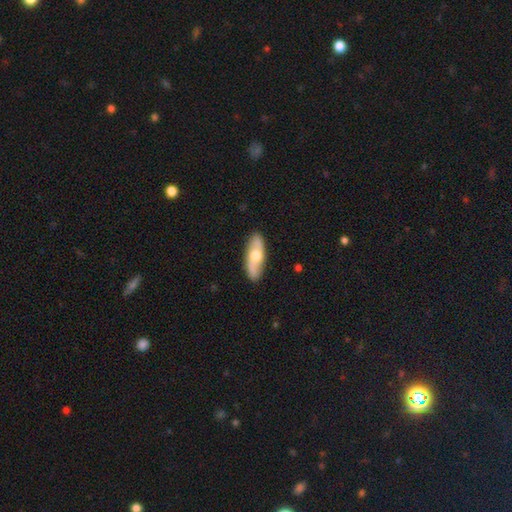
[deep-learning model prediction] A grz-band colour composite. It shows a featured or disk galaxy (49%). Merging: none (87%).